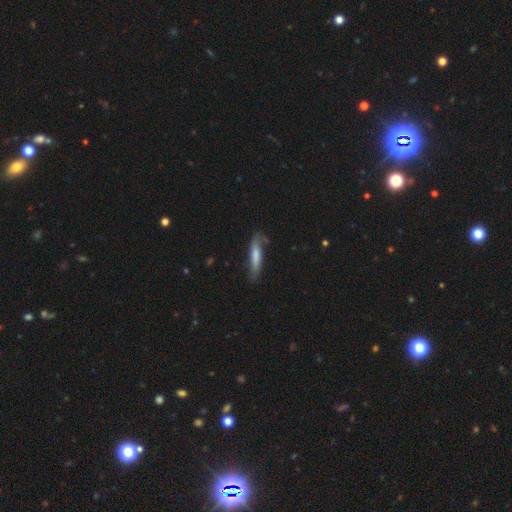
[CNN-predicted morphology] type=smooth (66%); roundness=cigar-shaped (85%); merging=none (68%).